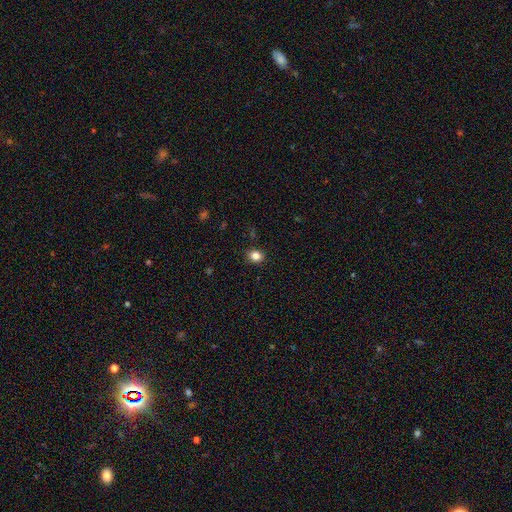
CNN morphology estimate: This appears to be a smooth galaxy with no disk features (83%) that is round (65%). Merging: none (89%).